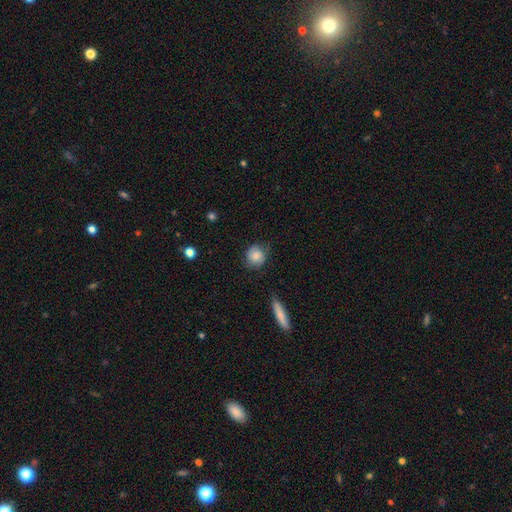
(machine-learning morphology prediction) A smooth galaxy with no disk features (82%) that is round (85%).

Vote fractions:
- Smooth or featured? smooth: 82% / featured or disk: 11% / star or artifact: 8%
- How rounded? round: 85% / in between: 14% / cigar-shaped: 1%
- Merging? none: 70% / minor disturbance: 22% / major disturbance: 5% / merger: 2%